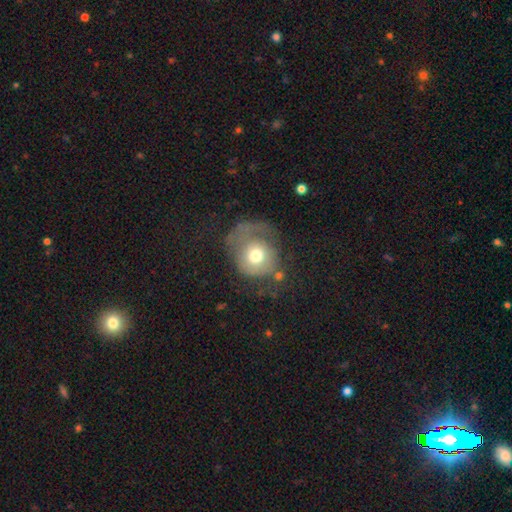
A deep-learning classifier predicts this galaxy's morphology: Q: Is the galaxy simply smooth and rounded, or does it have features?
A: smooth — 57%.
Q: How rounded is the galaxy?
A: round — 79%.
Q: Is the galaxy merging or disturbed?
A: major disturbance — 43%.